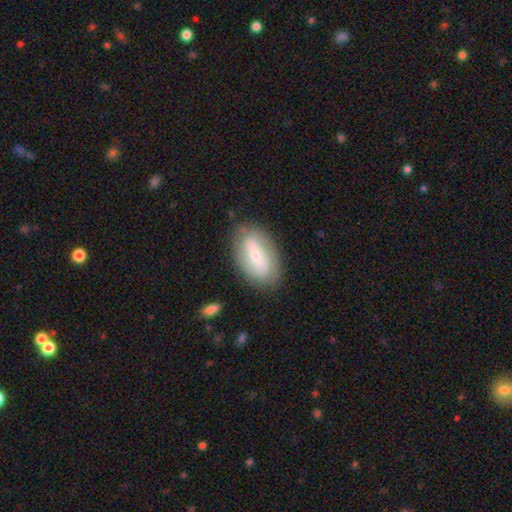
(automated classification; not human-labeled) Smooth or featured? smooth (48%)
Merging? none (81%)